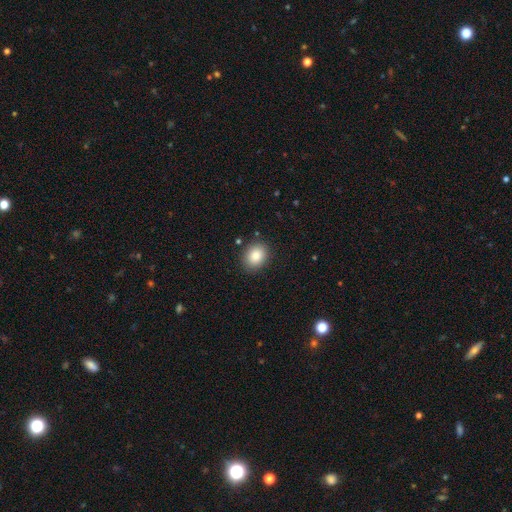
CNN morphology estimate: Smooth or featured? smooth (85%)
How rounded? in between (50%)
Merging? none (87%)